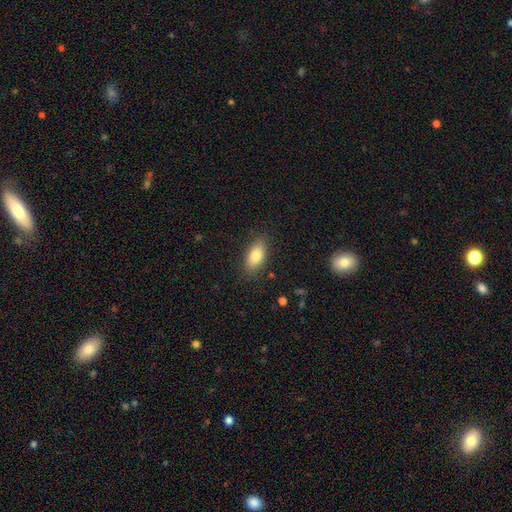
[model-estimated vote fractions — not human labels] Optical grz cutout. It shows a smooth galaxy with no disk features (80%) that is in between round and cigar-shaped (88%). Merging: none (85%).